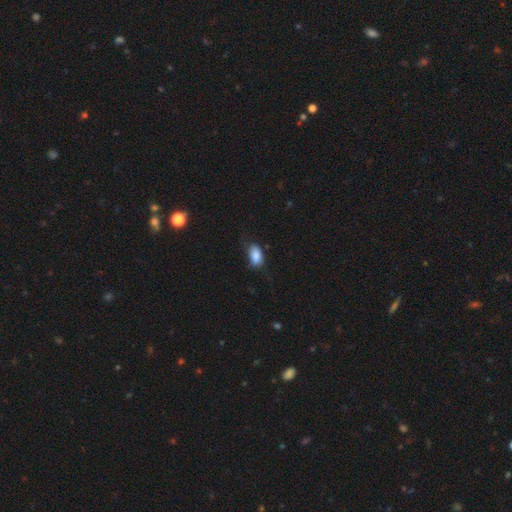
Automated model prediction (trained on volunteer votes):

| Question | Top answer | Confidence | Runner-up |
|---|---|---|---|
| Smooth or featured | smooth | 86% | star or artifact (8%) |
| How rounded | in between | 92% | round (5%) |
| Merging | none | 65% | minor disturbance (26%) |